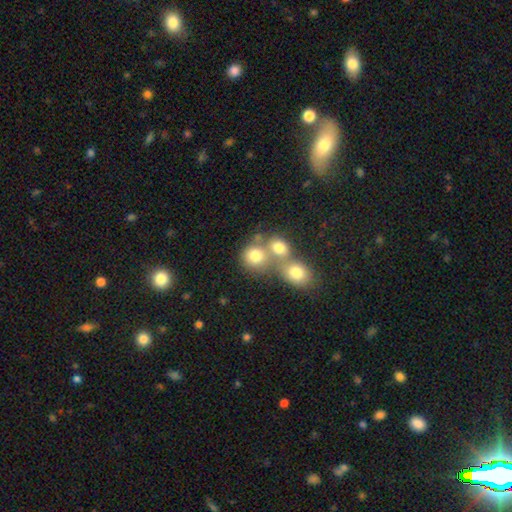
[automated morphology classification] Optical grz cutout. It shows a smooth galaxy with no disk features (77%) that is round (78%). Merging: merger (48%).